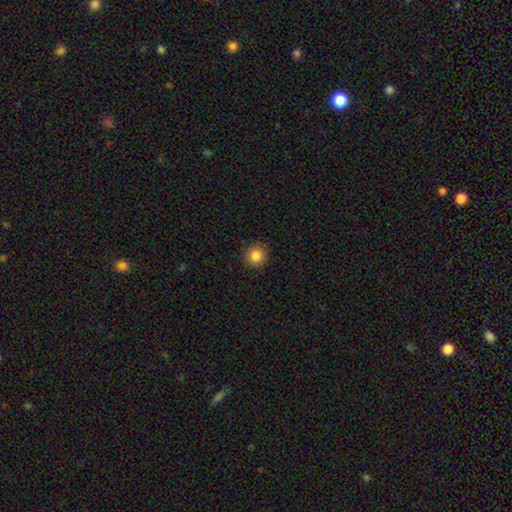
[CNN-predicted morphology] type=smooth (84%); roundness=round (92%); merging=none (90%).